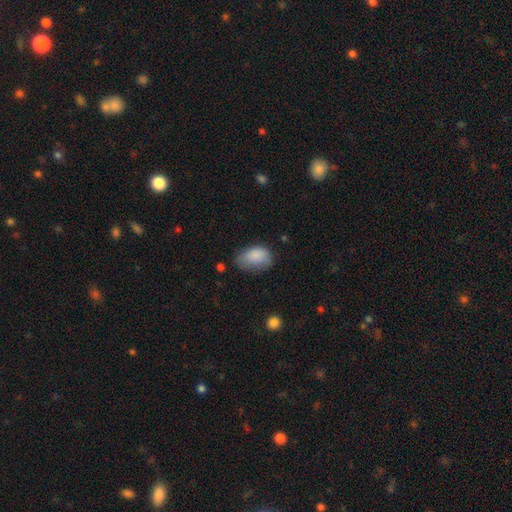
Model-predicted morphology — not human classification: type=smooth (86%); roundness=in between (90%); merging=none (56%).